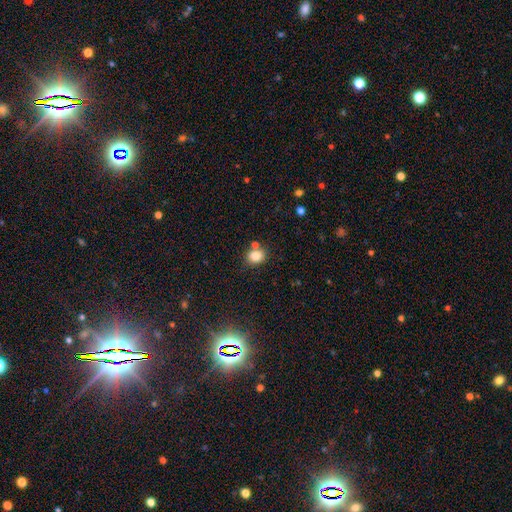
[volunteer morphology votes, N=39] Overall: smooth (90%). How rounded: round (83%). Merging: none (75%).